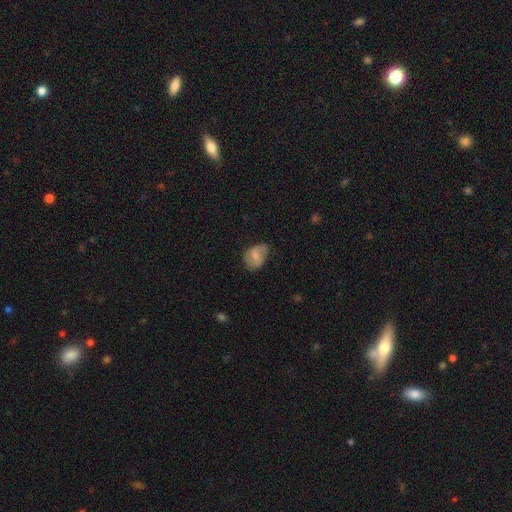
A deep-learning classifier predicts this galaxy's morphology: Smooth or featured: smooth — 56% (featured or disk — 36%)
How rounded: in between — 68% (round — 30%)
Merging: none — 52% (minor disturbance — 35%)